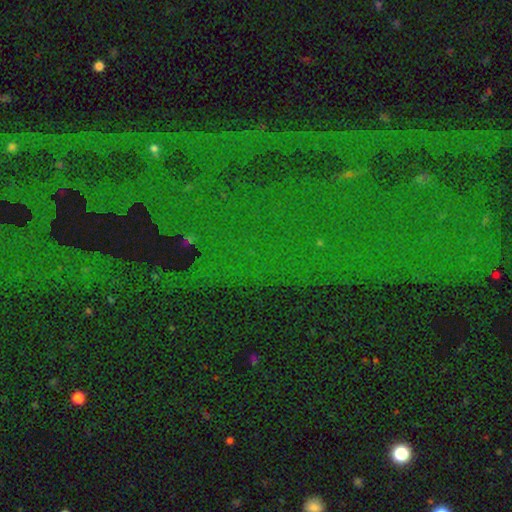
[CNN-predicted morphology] Overall: star or artifact (84%).